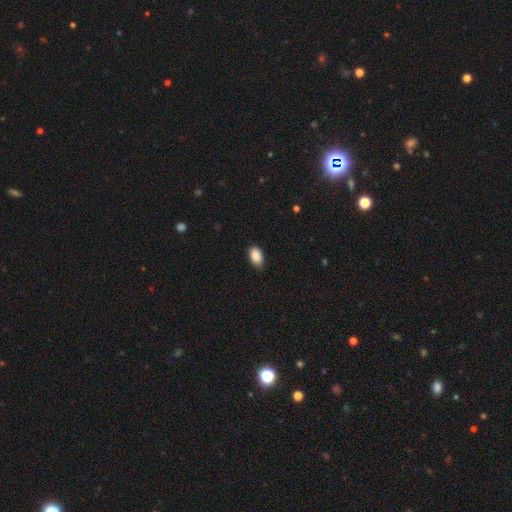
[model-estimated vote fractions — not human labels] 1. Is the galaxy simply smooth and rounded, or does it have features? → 89% smooth, 7% star or artifact, 4% featured or disk.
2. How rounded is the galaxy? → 92% in between, 7% round, 1% cigar-shaped.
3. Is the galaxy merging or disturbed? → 80% none, 17% minor disturbance, 2% major disturbance, 1% merger.